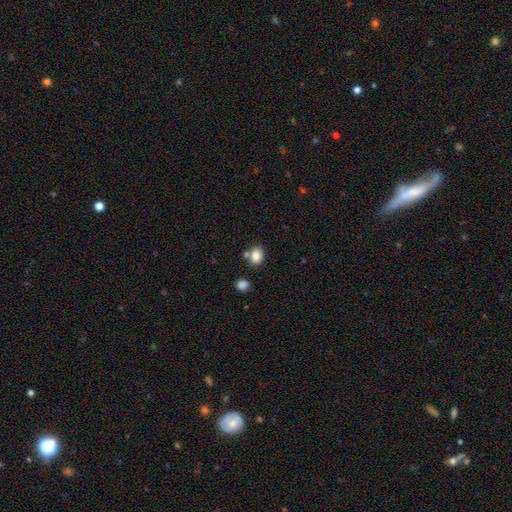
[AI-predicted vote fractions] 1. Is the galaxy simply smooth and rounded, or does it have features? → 84% smooth, 9% star or artifact, 6% featured or disk.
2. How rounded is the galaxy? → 62% in between, 37% round, 1% cigar-shaped.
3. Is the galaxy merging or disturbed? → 65% none, 18% merger, 13% minor disturbance, 4% major disturbance.